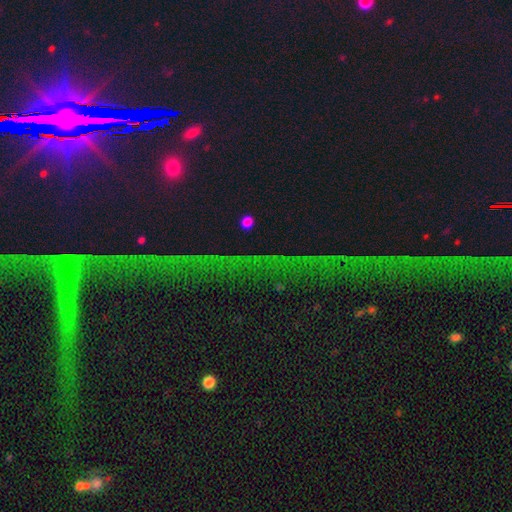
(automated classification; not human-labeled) smooth-or-featured: star or artifact: 74% | featured or disk: 13% | smooth: 13%